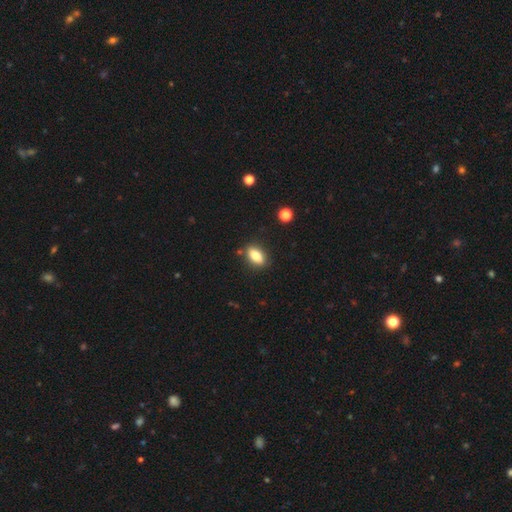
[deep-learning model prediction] Q: Smooth or featured?
A: smooth (79%); runner-up: featured or disk (13%)
Q: How rounded?
A: in between (84%); runner-up: cigar-shaped (9%)
Q: Merging?
A: none (84%); runner-up: minor disturbance (10%)